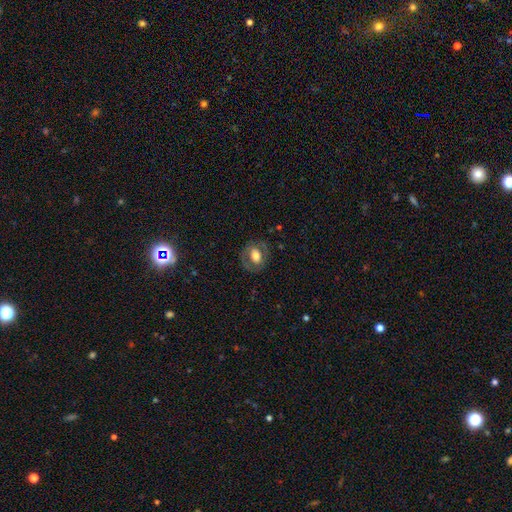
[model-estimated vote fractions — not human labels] Smooth or featured? Predicted: smooth (p=0.52). How rounded? Predicted: in between (p=0.59). Merging? Predicted: none (p=0.75).